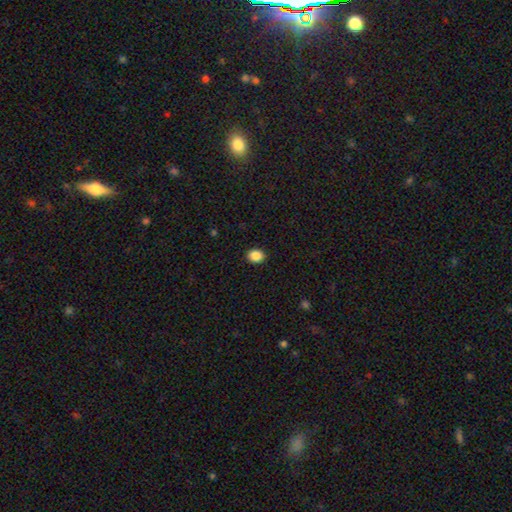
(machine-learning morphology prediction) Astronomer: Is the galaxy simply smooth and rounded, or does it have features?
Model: smooth — 88%.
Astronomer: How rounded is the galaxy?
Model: round — 56% (runner-up: in between, 43%).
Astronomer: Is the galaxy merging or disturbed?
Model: none — 91%.